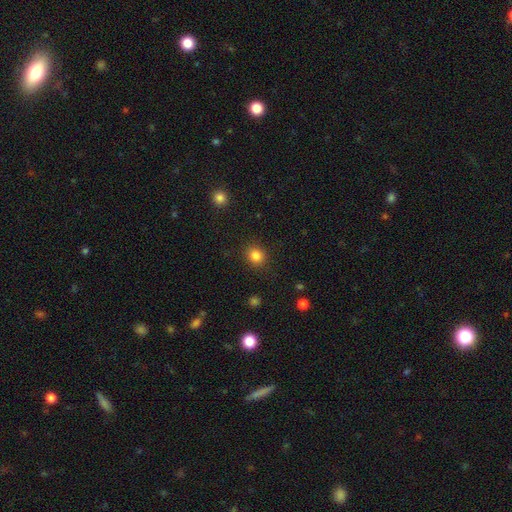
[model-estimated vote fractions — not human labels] Overall: smooth (84%). How rounded: round (79%). Merging: none (89%).